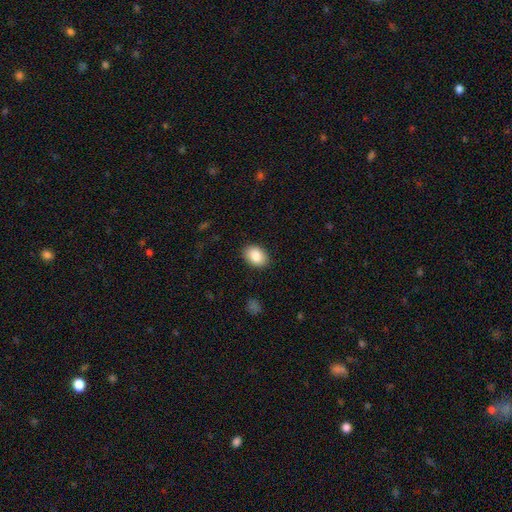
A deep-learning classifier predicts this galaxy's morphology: A smooth galaxy with no disk features (87%) that is in between round and cigar-shaped (81%). Merging: none (89%).